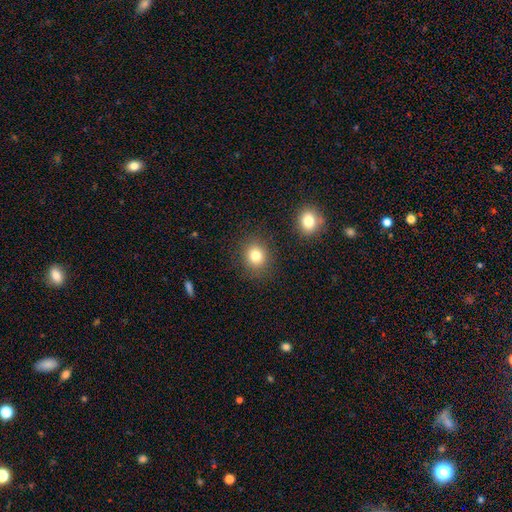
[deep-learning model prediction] Q: Smooth or featured?
A: smooth (80%); runner-up: star or artifact (12%)
Q: How rounded?
A: round (76%); runner-up: in between (23%)
Q: Merging?
A: none (85%); runner-up: minor disturbance (9%)